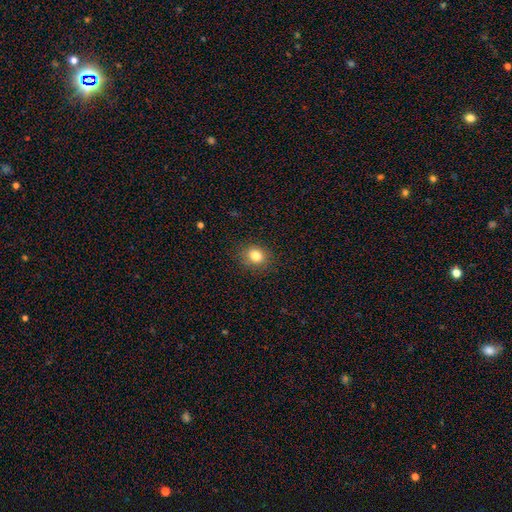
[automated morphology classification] Overall: smooth (82%). How rounded: round (66%; in between 33%). Merging: none (86%).